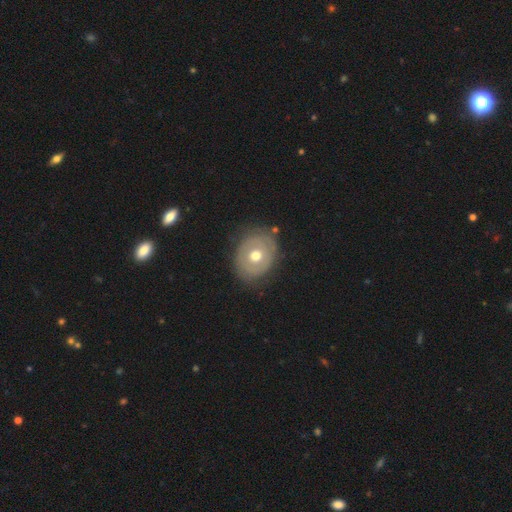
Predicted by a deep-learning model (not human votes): Smooth or featured?
  - featured or disk: 50% *
  - smooth: 44%
  - star or artifact: 6%
Merging?
  - none: 77% *
  - minor disturbance: 16%
  - major disturbance: 5%
  - merger: 2%